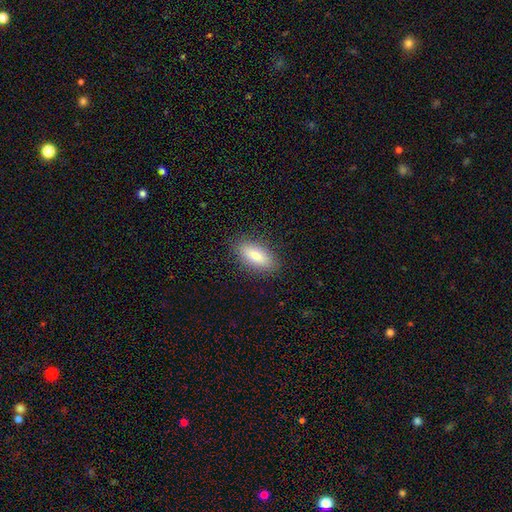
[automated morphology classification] Smooth or featured?
  - smooth: 82% *
  - featured or disk: 12%
  - star or artifact: 7%
How rounded?
  - in between: 81% *
  - cigar-shaped: 17%
  - round: 3%
Merging?
  - none: 87% *
  - minor disturbance: 10%
  - major disturbance: 3%
  - merger: 1%